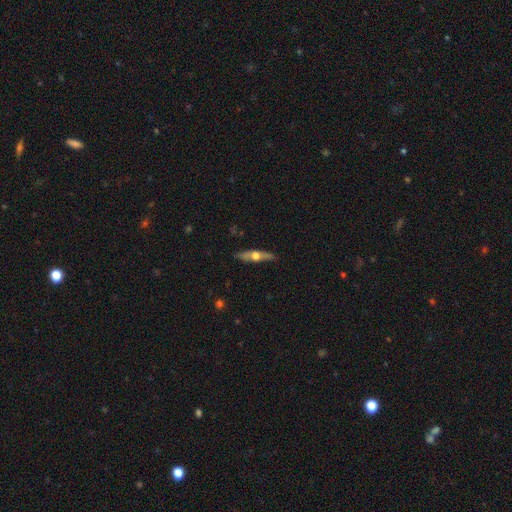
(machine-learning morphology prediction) smooth-or-featured: featured or disk: 61% | smooth: 33% | star or artifact: 6%
  disk-edge-on: yes: 91% | no: 9%
    edge-on-bulge: rounded: 94% | none: 3% | boxy: 3%
  merging: none: 86% | minor disturbance: 11% | major disturbance: 2% | merger: 1%